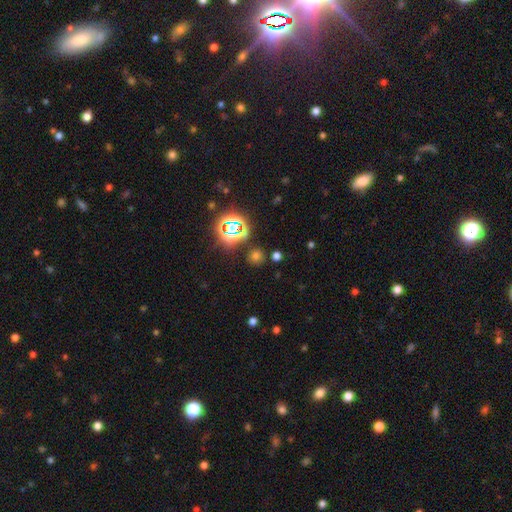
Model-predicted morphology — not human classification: Overall: smooth (58%; star or artifact 36%). How rounded: round (86%). Merging: none (82%).